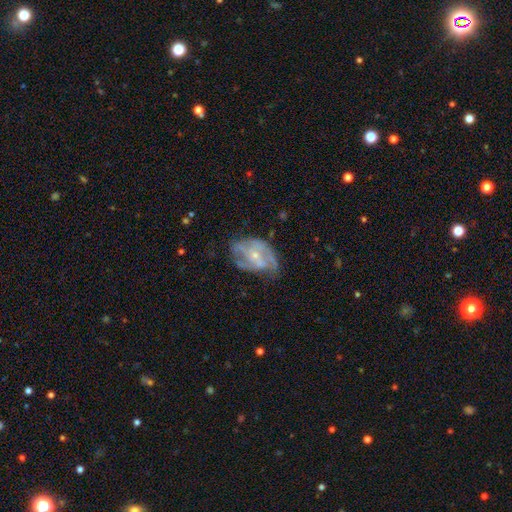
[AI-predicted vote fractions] A featured or disk galaxy (76%) with no bar (65%), medium (43%) spiral arms (73%) and a small central bulge (70%). Merging: none (49%).